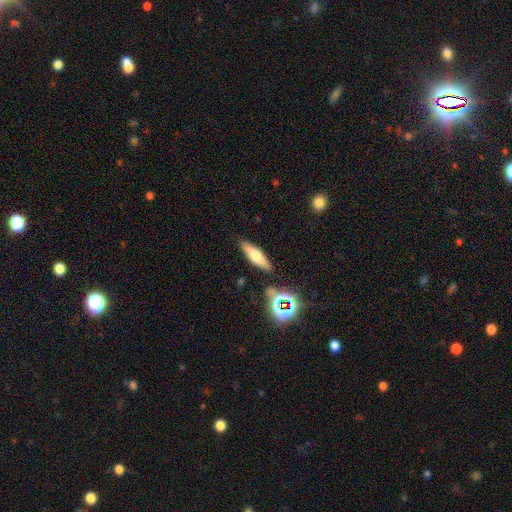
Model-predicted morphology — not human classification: Smooth or featured? smooth (56%)
How rounded? cigar-shaped (57%)
Merging? none (84%)